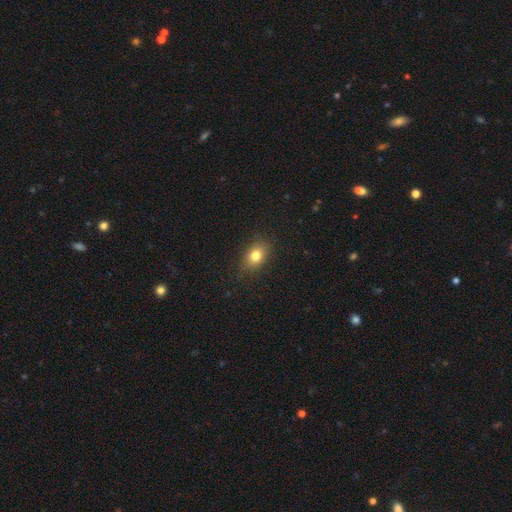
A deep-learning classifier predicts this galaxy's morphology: smooth_or_featured: smooth (p=0.79) [alt: star or artifact p=0.11]
how_rounded: in between (p=0.71) [alt: round p=0.27]
merging: none (p=0.85) [alt: minor disturbance p=0.12]